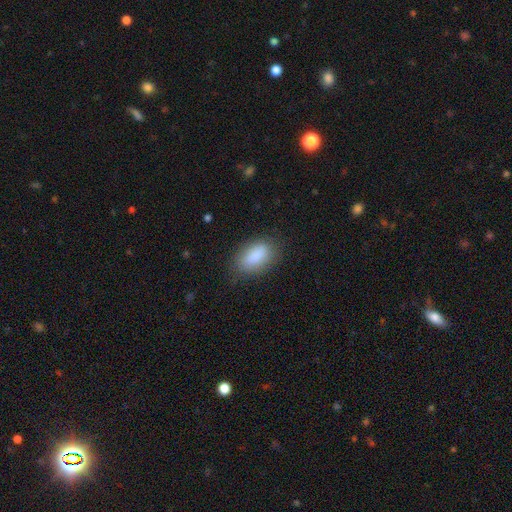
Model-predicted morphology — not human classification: smooth_or_featured: smooth (p=0.86) [alt: featured or disk p=0.07]
how_rounded: in between (p=0.88) [alt: cigar-shaped p=0.07]
merging: none (p=0.77) [alt: minor disturbance p=0.16]